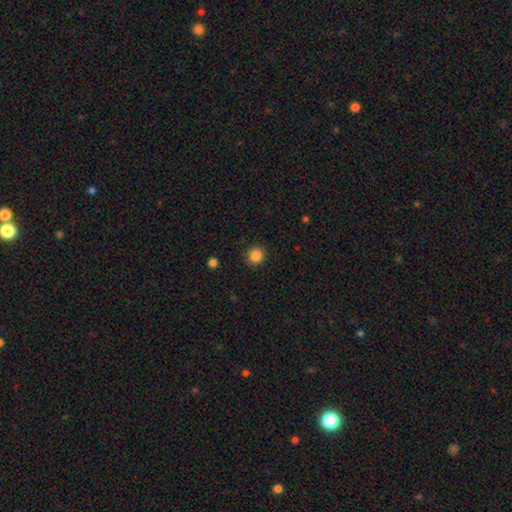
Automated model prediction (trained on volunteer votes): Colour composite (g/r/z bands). It shows a smooth galaxy with no disk features (86%) that is round (91%). Merging: none (90%).